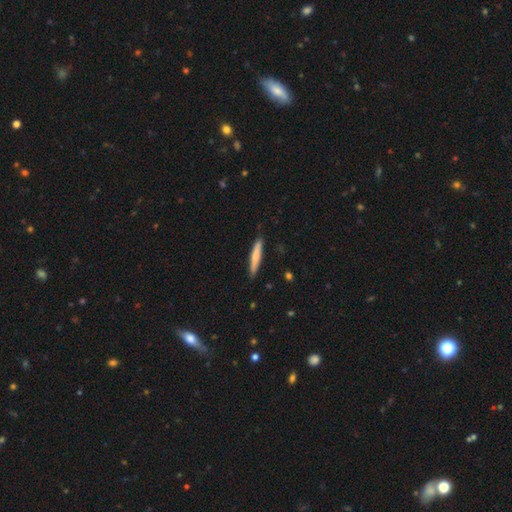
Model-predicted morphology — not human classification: Q: Smooth or featured?
A: smooth (70%); runner-up: featured or disk (25%)
Q: How rounded?
A: cigar-shaped (93%); runner-up: in between (6%)
Q: Merging?
A: none (86%); runner-up: minor disturbance (11%)